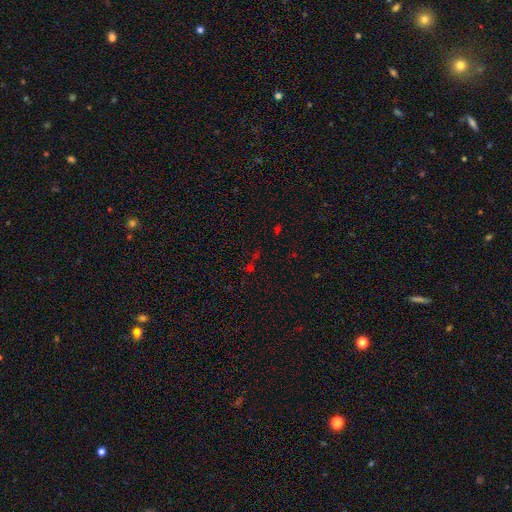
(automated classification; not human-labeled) smooth_or_featured: star or artifact (p=0.59) [alt: smooth p=0.31]